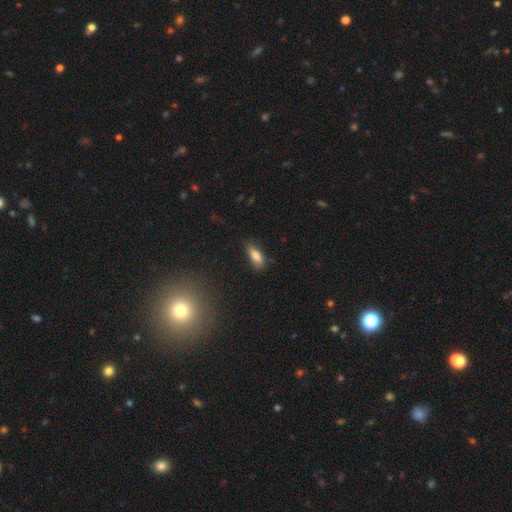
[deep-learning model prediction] A smooth galaxy with no disk features (82%) that is in between round and cigar-shaped (75%).

Vote fractions:
- Smooth or featured? smooth: 82% / featured or disk: 10% / star or artifact: 8%
- How rounded? in between: 75% / cigar-shaped: 22% / round: 2%
- Merging? none: 71% / minor disturbance: 23% / major disturbance: 5% / merger: 2%